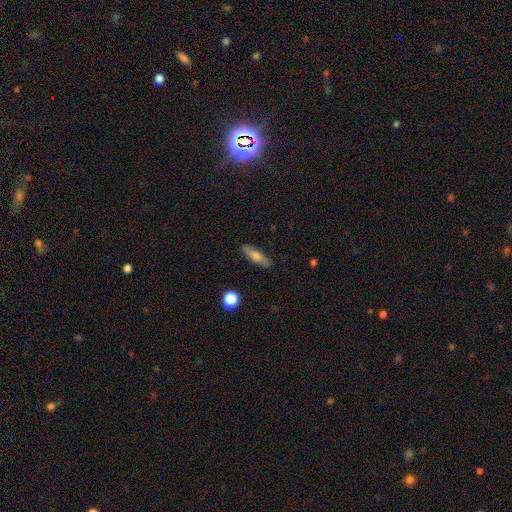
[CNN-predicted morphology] This is likely a smooth galaxy (62%). How rounded: likely cigar-shaped (64%). Merging: clearly none (86%).